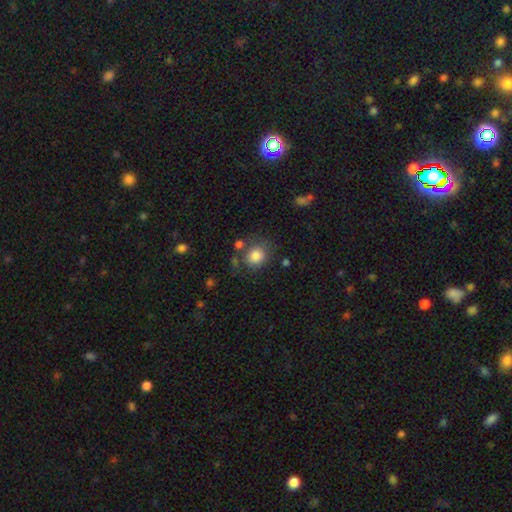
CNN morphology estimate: Smooth or featured? smooth (83%)
How rounded? round (74%)
Merging? none (67%)